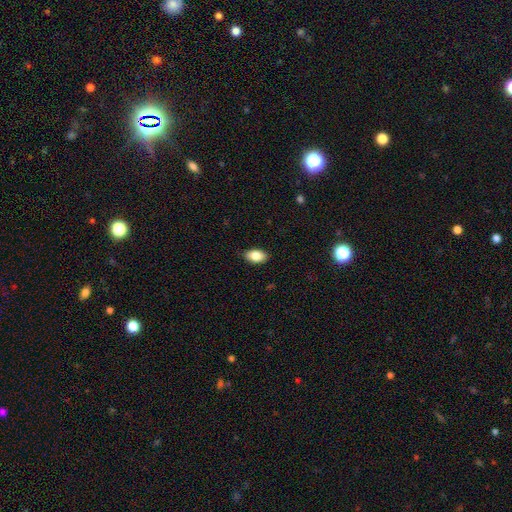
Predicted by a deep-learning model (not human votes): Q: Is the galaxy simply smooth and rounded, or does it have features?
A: smooth — 85%.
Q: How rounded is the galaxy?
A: in between — 91%.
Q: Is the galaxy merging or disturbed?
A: none — 88%.